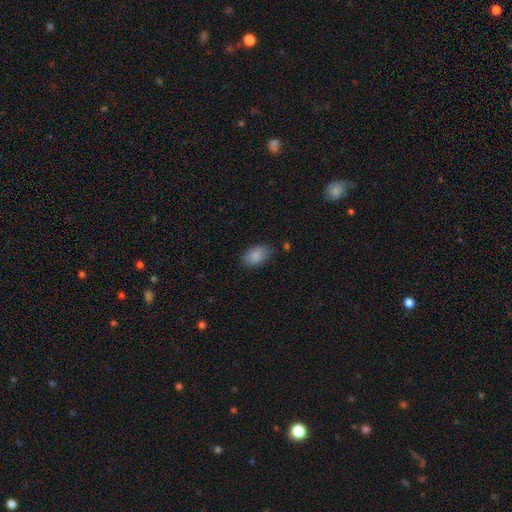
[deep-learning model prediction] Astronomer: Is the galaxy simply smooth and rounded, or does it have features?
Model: smooth — 87%.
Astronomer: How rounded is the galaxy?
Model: in between — 91%.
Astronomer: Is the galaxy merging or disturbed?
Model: none — 77%.